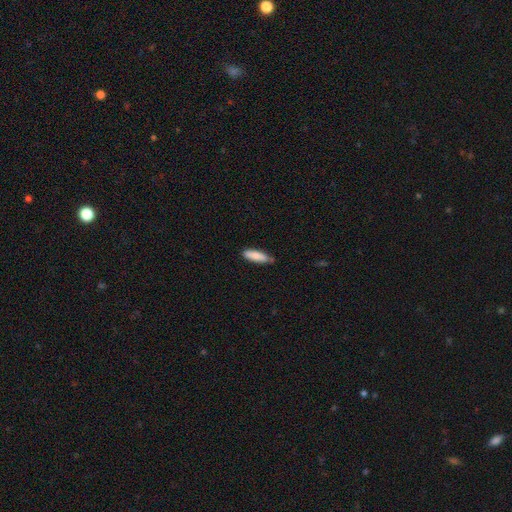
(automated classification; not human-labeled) A smooth galaxy with no disk features (81%) that is cigar-shaped (57%).

Vote fractions:
- Smooth or featured? smooth: 81% / featured or disk: 13% / star or artifact: 6%
- How rounded? cigar-shaped: 57% / in between: 42% / round: 2%
- Merging? none: 76% / minor disturbance: 18% / merger: 3% / major disturbance: 3%